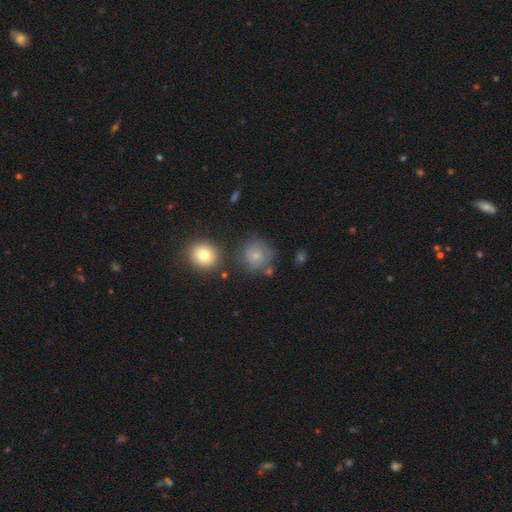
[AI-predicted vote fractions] Smooth or featured? Predicted: smooth (p=0.66). How rounded? Predicted: round (p=0.89). Merging? Predicted: none (p=0.70).